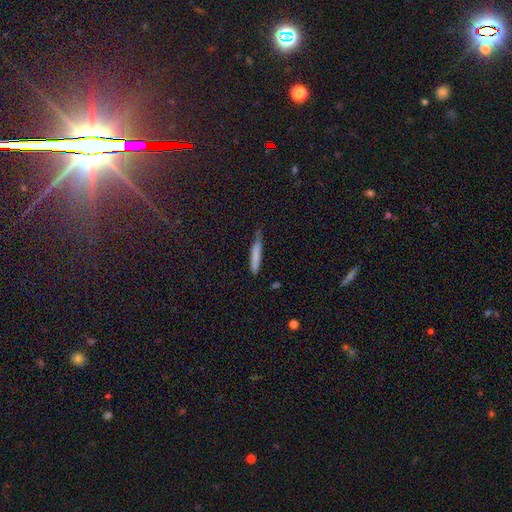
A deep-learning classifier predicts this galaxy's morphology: The model was most divided on "merging": none: 66%, minor disturbance: 27%, major disturbance: 5%, merger: 2%. More confident: how rounded — cigar-shaped (92%); smooth or featured — smooth (75%).